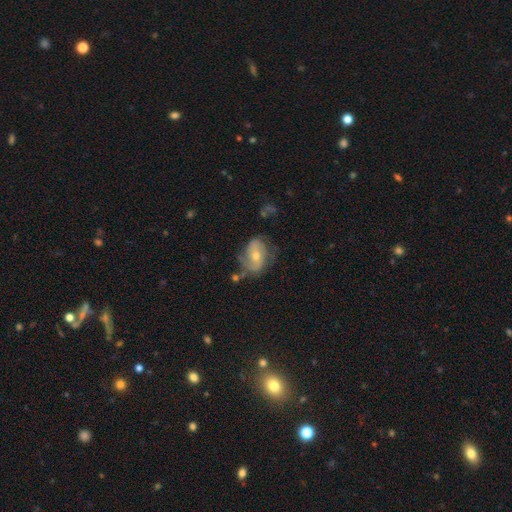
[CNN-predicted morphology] smooth-or-featured: featured or disk: 69% | smooth: 21% | star or artifact: 9%
  disk-edge-on: no: 96% | yes: 4%
    bar: no: 56% | weak: 33% | strong: 11%
    has-spiral-arms: yes: 85% | no: 15%
      spiral-winding: medium: 43% | tight: 36% | loose: 22%
      spiral-arm-count: 2: 68% | can't tell: 18% | 1: 6% | 3: 5% | 4: 2% | more than 4: 2%
    bulge-size: moderate: 62% | small: 34% | large: 3% | none: 1% | dominant: 1%
  merging: none: 61% | minor disturbance: 24% | major disturbance: 12% | merger: 4%